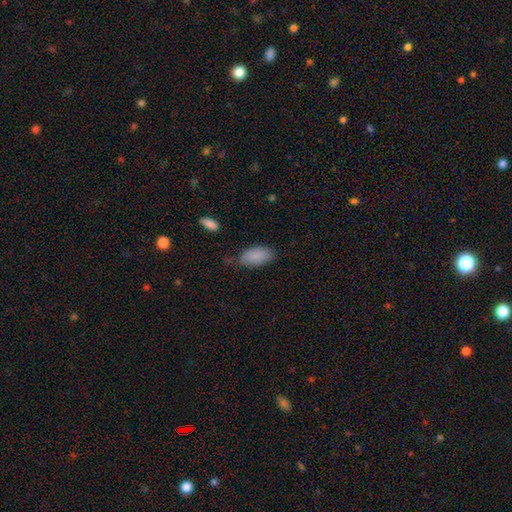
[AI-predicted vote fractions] Overall: smooth (88%). How rounded: in between (94%). Merging: none (66%).